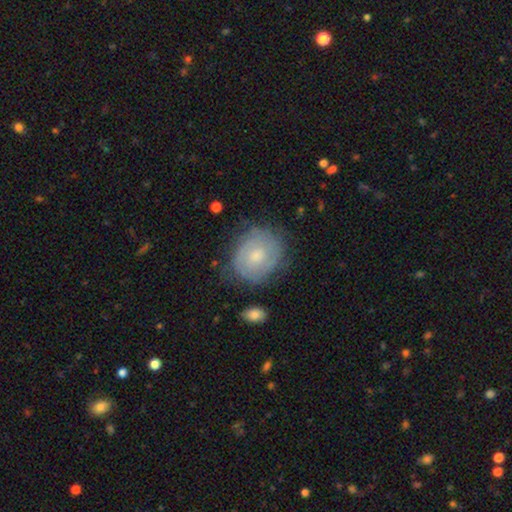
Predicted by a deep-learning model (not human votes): A featured or disk galaxy (57%) with no bar (69%), spiral arms (77%) and a moderate central bulge (50%).

Vote fractions:
- Smooth or featured? featured or disk: 57% / smooth: 36% / star or artifact: 7%
- Edge-on disk? no: 97% / yes: 3%
- Bar? no: 69% / weak: 28% / strong: 4%
- Spiral arms? yes: 77% / no: 23%
- Bulge size? moderate: 50% / small: 39% / none: 5% / large: 5% / dominant: 1%
- Merging? none: 73% / minor disturbance: 19% / major disturbance: 6% / merger: 2%